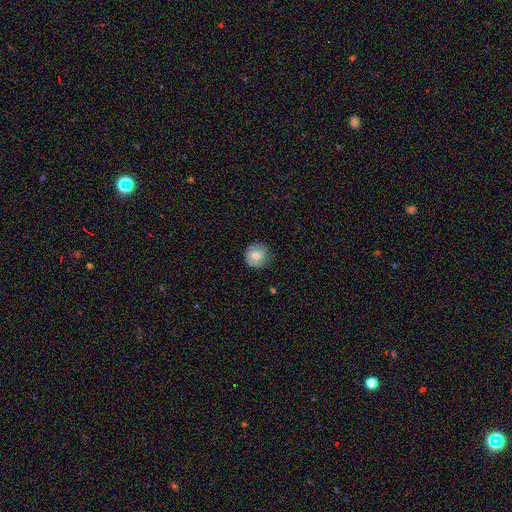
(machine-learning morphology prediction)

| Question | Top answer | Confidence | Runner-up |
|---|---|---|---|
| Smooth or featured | smooth | 75% | featured or disk (17%) |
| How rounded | round | 90% | in between (9%) |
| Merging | none | 77% | minor disturbance (18%) |